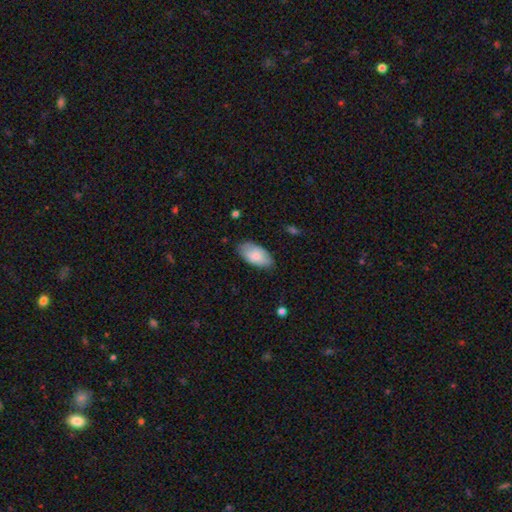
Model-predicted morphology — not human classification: Q: Smooth or featured?
A: smooth (77%); runner-up: featured or disk (17%)
Q: How rounded?
A: in between (95%); runner-up: round (3%)
Q: Merging?
A: none (76%); runner-up: minor disturbance (20%)